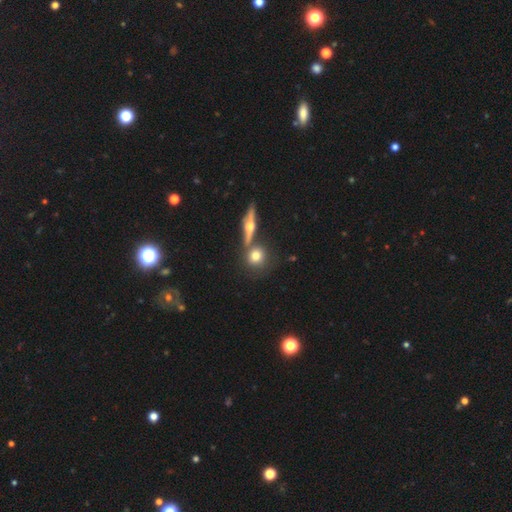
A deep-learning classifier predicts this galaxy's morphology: type=smooth (66%); roundness=round (85%); merging=none (64%).